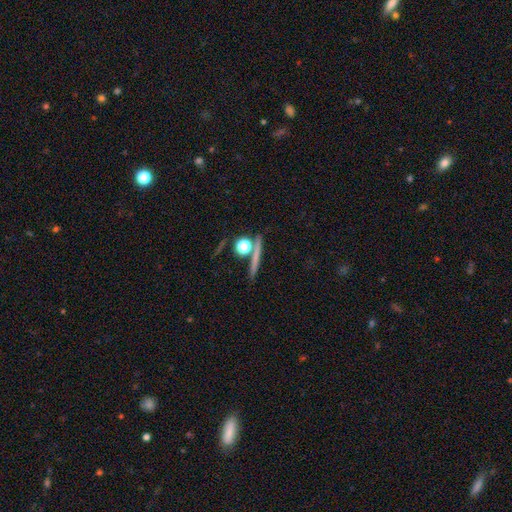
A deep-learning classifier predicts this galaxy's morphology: Smooth or featured: smooth — 51% (featured or disk — 31%)
How rounded: cigar-shaped — 64% (round — 28%)
Merging: none — 80% (merger — 9%)